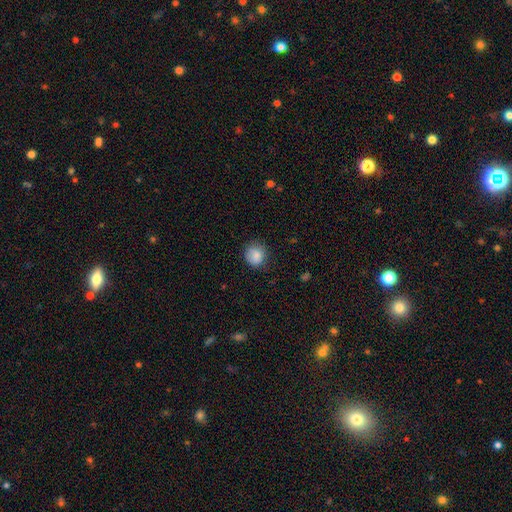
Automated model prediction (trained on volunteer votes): Smooth or featured? smooth (85%)
How rounded? round (84%)
Merging? none (78%)